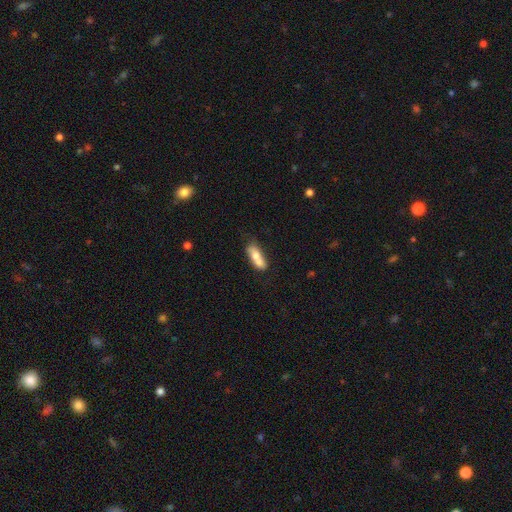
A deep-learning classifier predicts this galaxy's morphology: Smooth or featured? Predicted: smooth (p=0.65). How rounded? Predicted: in between (p=0.70). Merging? Predicted: merger (p=0.47).